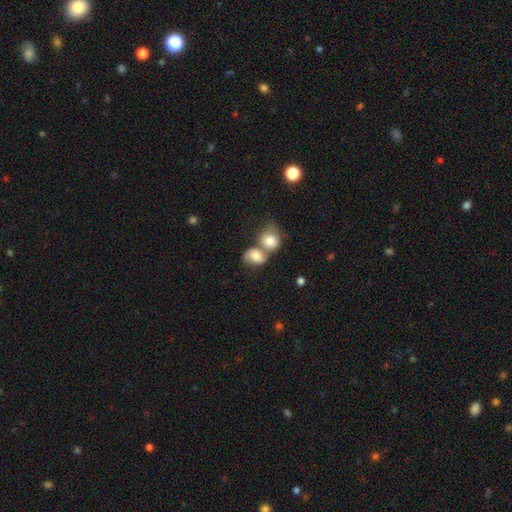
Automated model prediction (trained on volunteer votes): The model was most divided on "how rounded": in between: 52%, round: 47%, cigar-shaped: 1%. More confident: smooth or featured — smooth (73%); merging — merger (67%).